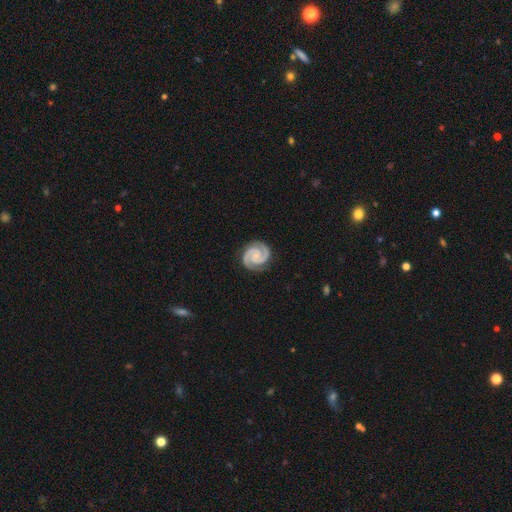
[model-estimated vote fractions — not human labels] featured or disk 93%, smooth 4%, star or artifact 4%. Down the decision tree: edge-on disk — no (99%); bar — no (58%); spiral arms — yes (99%); spiral arm count — 2 (94%); spiral winding — tight (66%); bulge size — small (47%); merging — none (88%).